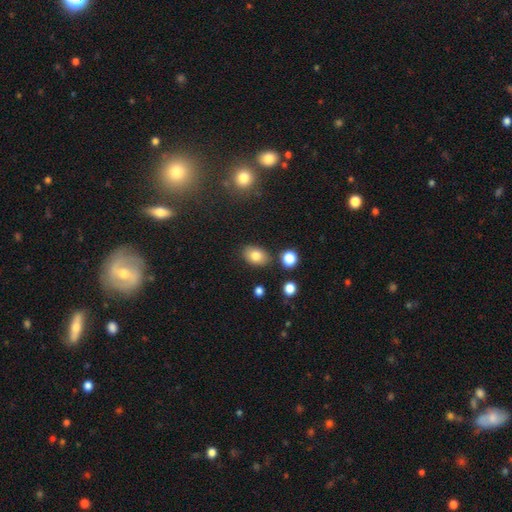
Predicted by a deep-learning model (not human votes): smooth 81%, featured or disk 10%, star or artifact 10%. Down the decision tree: how rounded — in between (83%); merging — none (82%).